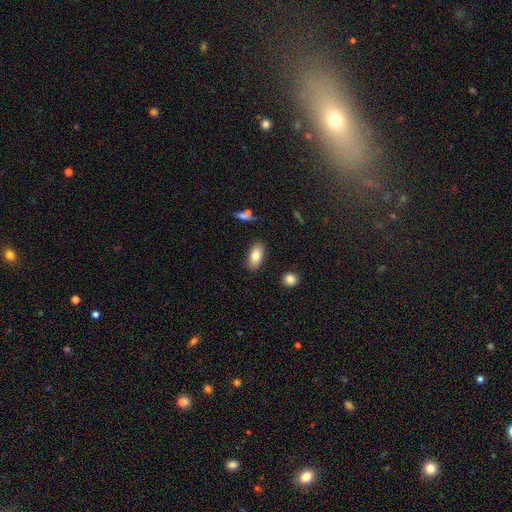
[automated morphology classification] Smooth or featured? Predicted: smooth (p=0.81). How rounded? Predicted: in between (p=0.90). Merging? Predicted: none (p=0.86).